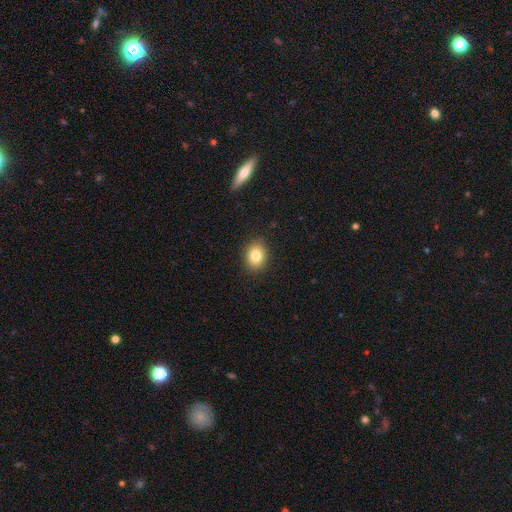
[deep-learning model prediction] A smooth galaxy with no disk features (82%) that is round (51%).

Vote fractions:
- Smooth or featured? smooth: 82% / star or artifact: 10% / featured or disk: 8%
- How rounded? round: 51% / in between: 49% / cigar-shaped: 1%
- Merging? none: 89% / minor disturbance: 8% / major disturbance: 2% / merger: 1%